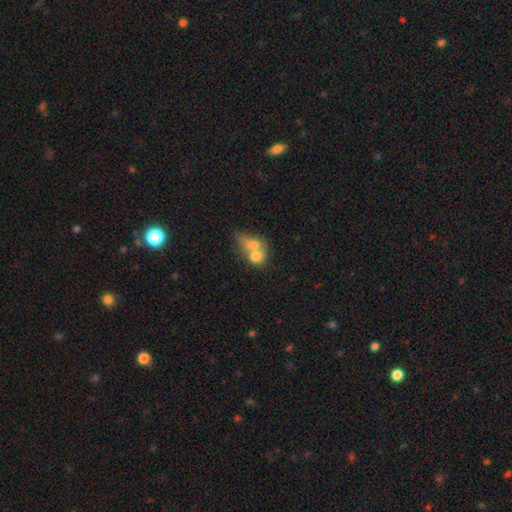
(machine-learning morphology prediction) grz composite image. It shows a smooth galaxy with no disk features (70%) that is in between round and cigar-shaped (55%). Merging: merger (73%).